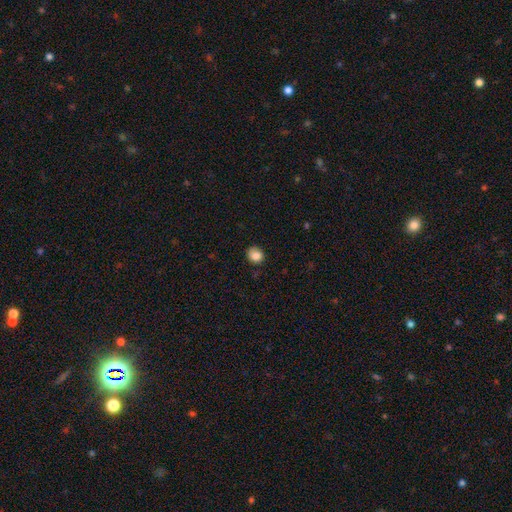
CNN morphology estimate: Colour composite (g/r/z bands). It shows a smooth galaxy with no disk features (85%) that is round (68%). Merging: none (81%).